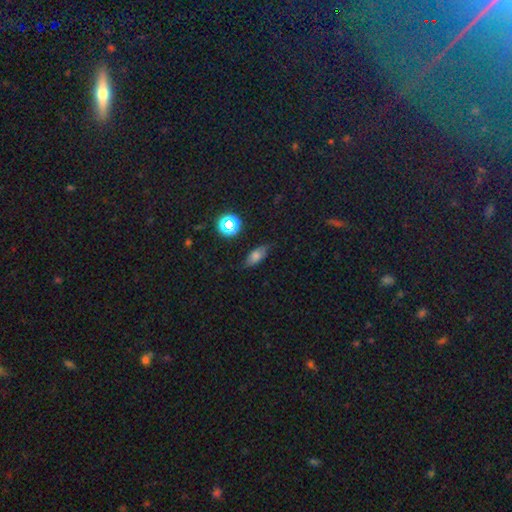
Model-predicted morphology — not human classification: This appears to be a smooth galaxy with no disk features (67%) that is in between round and cigar-shaped (76%). Merging: none (75%).